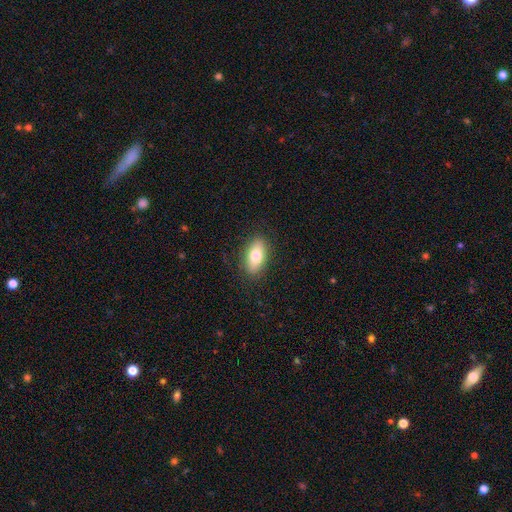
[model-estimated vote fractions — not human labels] Smooth or featured? smooth (74%)
How rounded? in between (86%)
Merging? none (87%)